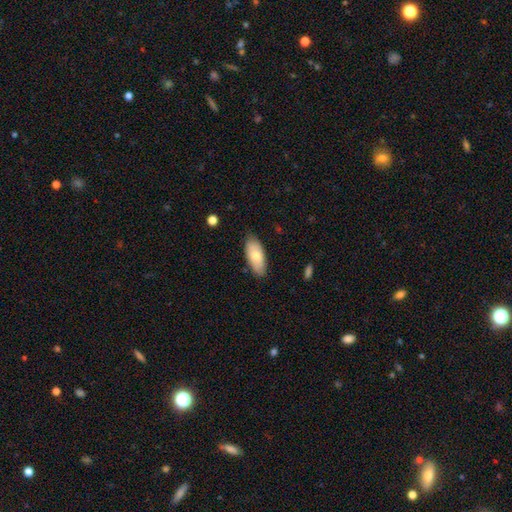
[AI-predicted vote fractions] Smooth or featured: smooth — 74% (featured or disk — 20%)
How rounded: in between — 87% (cigar-shaped — 11%)
Merging: none — 80% (minor disturbance — 16%)